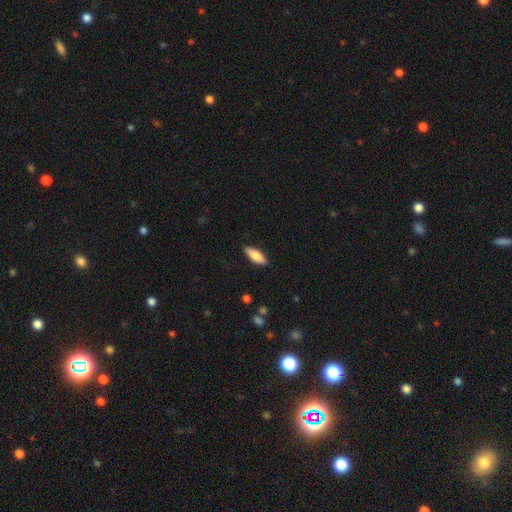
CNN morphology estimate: Smooth or featured?
  - smooth: 75% *
  - featured or disk: 19%
  - star or artifact: 6%
How rounded?
  - in between: 61% *
  - cigar-shaped: 37%
  - round: 2%
Merging?
  - none: 87% *
  - minor disturbance: 10%
  - major disturbance: 2%
  - merger: 1%